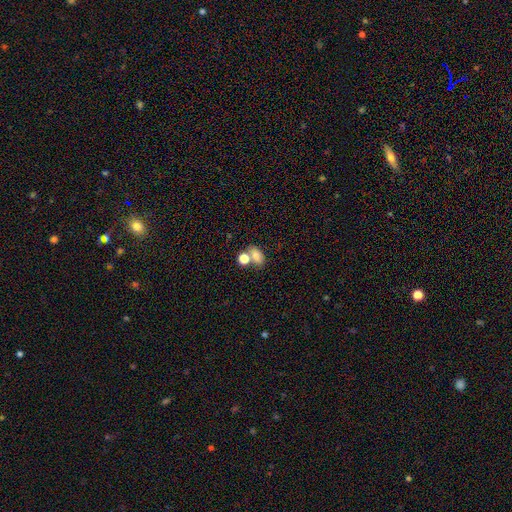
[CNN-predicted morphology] This is likely a smooth galaxy (75%). How rounded: likely in between (76%). Merging: marginally none (42%, tied with merger).